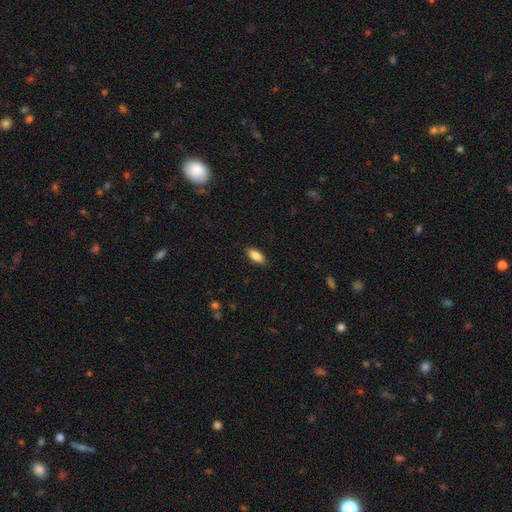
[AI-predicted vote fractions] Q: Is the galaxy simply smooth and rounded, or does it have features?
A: smooth — 86%.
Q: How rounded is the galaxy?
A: in between — 80%.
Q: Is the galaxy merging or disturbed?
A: none — 88%.